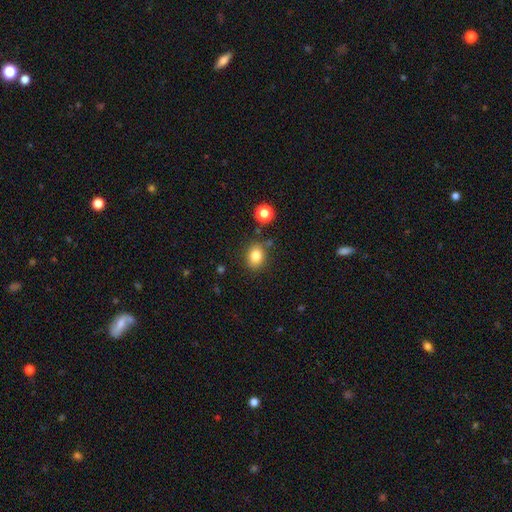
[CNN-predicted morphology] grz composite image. It shows a smooth galaxy with no disk features (82%) that is in between round and cigar-shaped (57%). Merging: none (79%).